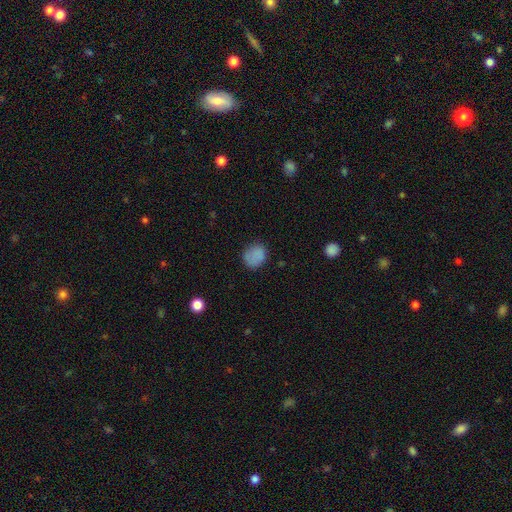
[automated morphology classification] smooth_or_featured: smooth (p=0.83) [alt: star or artifact p=0.11]
how_rounded: round (p=0.67) [alt: in between p=0.32]
merging: none (p=0.77) [alt: minor disturbance p=0.17]